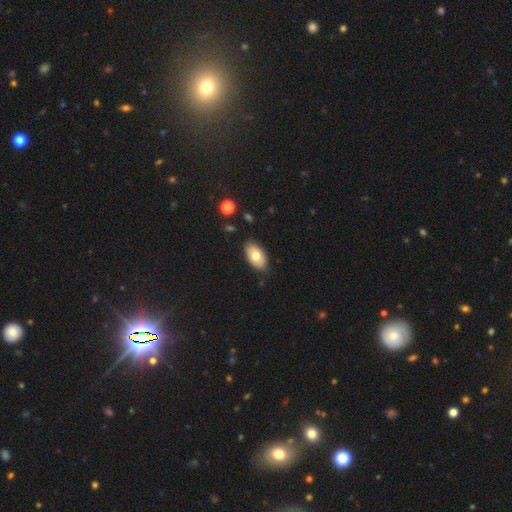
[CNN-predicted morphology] Q: Smooth or featured?
A: smooth (74%); runner-up: featured or disk (20%)
Q: How rounded?
A: in between (94%); runner-up: round (4%)
Q: Merging?
A: none (82%); runner-up: minor disturbance (14%)